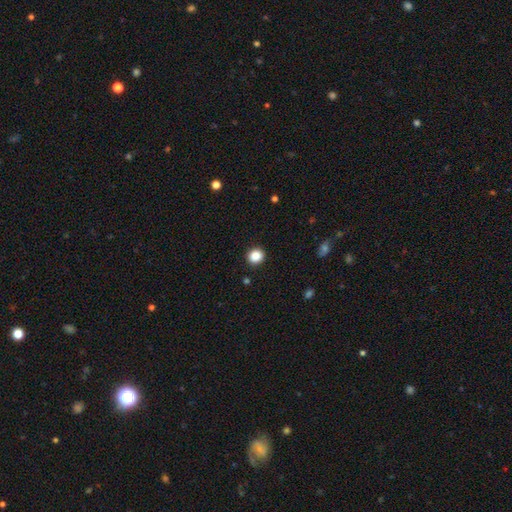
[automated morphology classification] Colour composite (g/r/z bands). It shows a smooth galaxy with no disk features (86%) that is round (85%). Merging: none (92%).